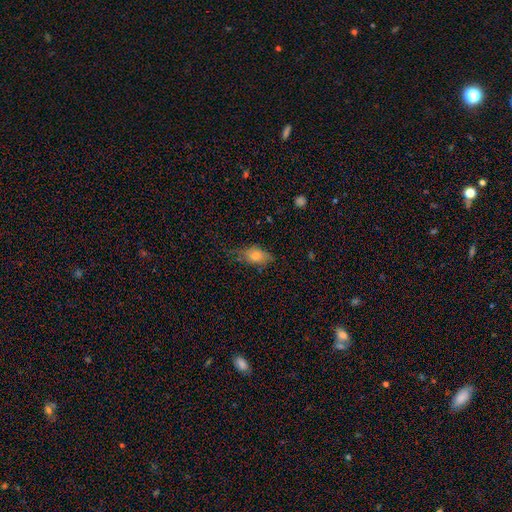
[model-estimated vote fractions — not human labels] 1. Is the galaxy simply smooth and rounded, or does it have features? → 78% smooth, 14% featured or disk, 9% star or artifact.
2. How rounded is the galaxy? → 87% in between, 9% round, 5% cigar-shaped.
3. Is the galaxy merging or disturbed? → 50% none, 34% minor disturbance, 13% major disturbance, 2% merger.